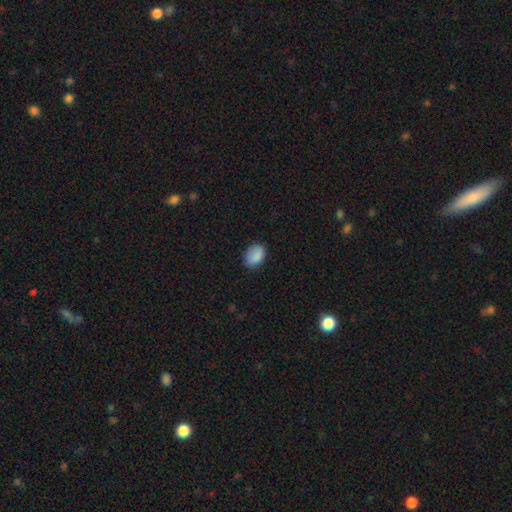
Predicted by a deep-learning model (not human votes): The model was most divided on "how rounded": in between: 77%, round: 22%, cigar-shaped: 1%. More confident: smooth or featured — smooth (87%); merging — none (77%).